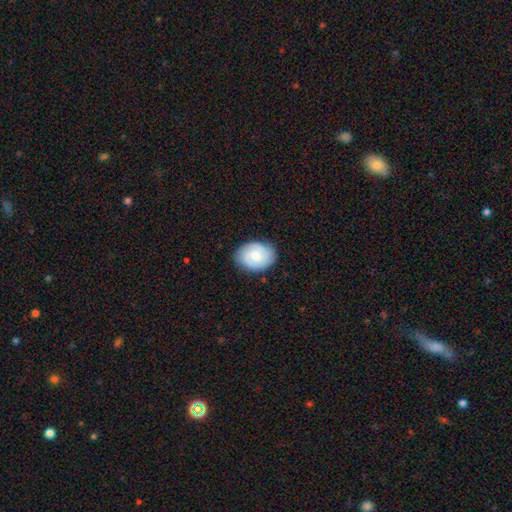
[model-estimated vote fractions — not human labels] This appears to be a featured or disk galaxy (60%) with no bar (51%), 2 (63%) tight (53%) spiral arms (91%) and a moderate central bulge (49%). Merging: none (84%).